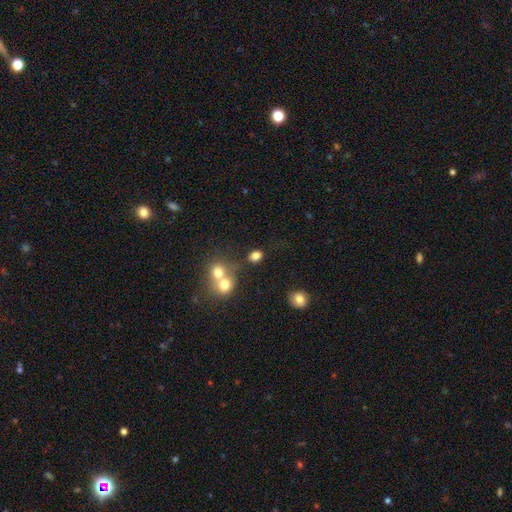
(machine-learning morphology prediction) This is clearly a smooth galaxy (80%). How rounded: possibly in between (51%). Merging: likely none (62%).